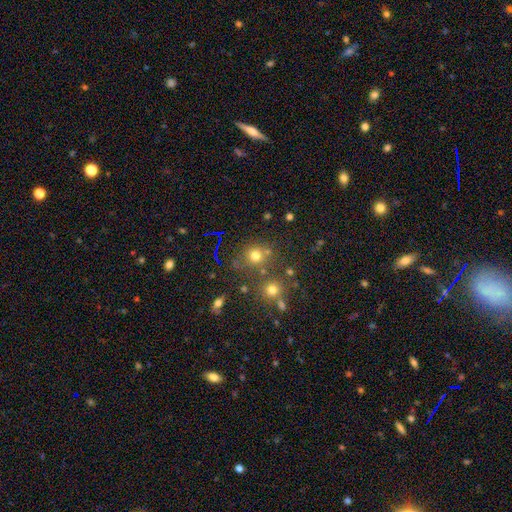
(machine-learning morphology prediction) Overall: smooth (67%). How rounded: round (87%). Merging: none (71%).